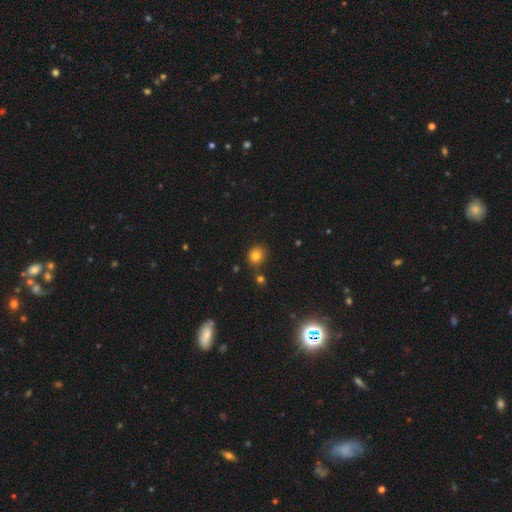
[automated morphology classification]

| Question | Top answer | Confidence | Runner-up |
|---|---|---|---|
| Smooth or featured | smooth | 80% | star or artifact (13%) |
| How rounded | round | 76% | in between (23%) |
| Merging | none | 77% | minor disturbance (11%) |